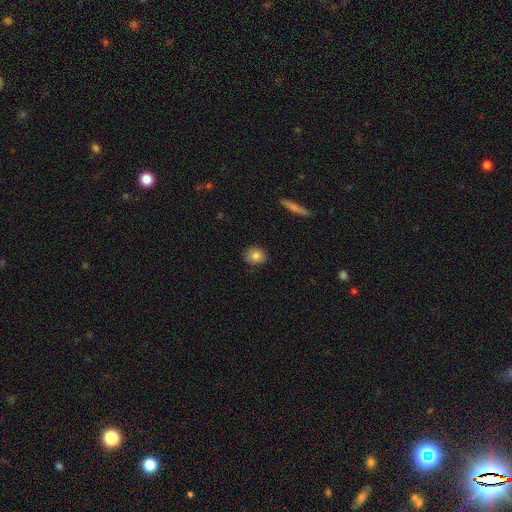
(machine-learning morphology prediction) Q: Smooth or featured?
A: smooth (82%); runner-up: featured or disk (9%)
Q: How rounded?
A: round (64%); runner-up: in between (34%)
Q: Merging?
A: none (86%); runner-up: minor disturbance (11%)